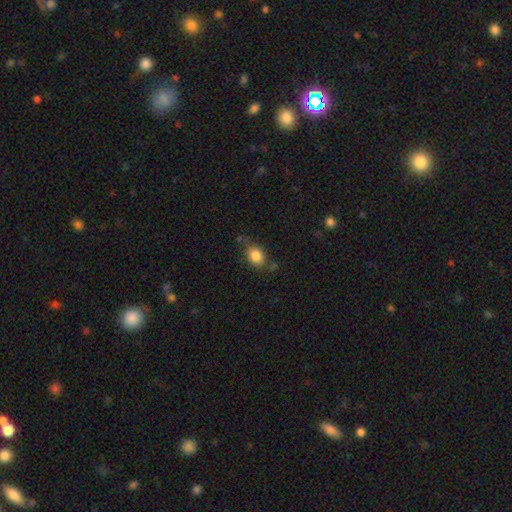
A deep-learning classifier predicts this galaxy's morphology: A smooth galaxy with no disk features (83%) that is in between round and cigar-shaped (58%). Merging: none (61%).